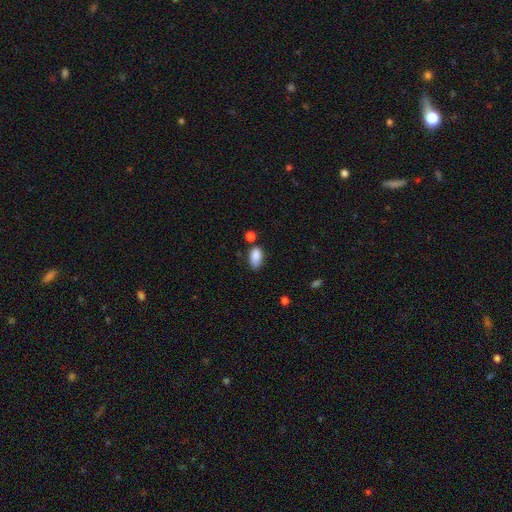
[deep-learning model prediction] Smooth or featured? Predicted: smooth (p=0.86). How rounded? Predicted: in between (p=0.92). Merging? Predicted: none (p=0.58).